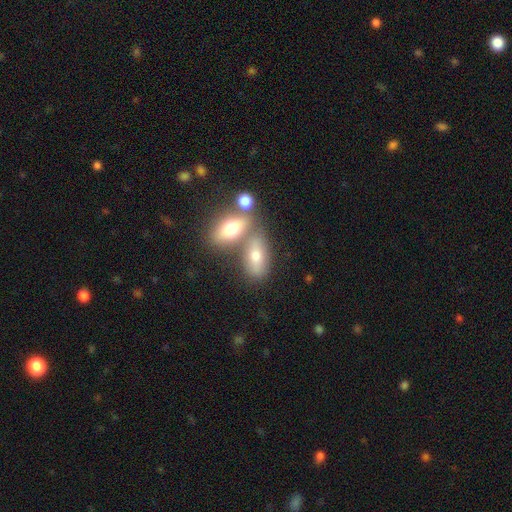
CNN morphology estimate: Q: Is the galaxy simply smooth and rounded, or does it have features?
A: smooth — 68%.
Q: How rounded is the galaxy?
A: in between — 82%.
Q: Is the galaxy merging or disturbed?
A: merger — 44%.